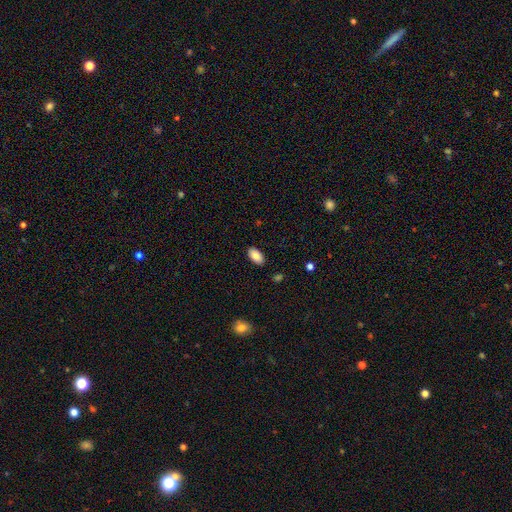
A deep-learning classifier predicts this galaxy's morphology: Smooth or featured: smooth — 87% (star or artifact — 7%)
How rounded: in between — 94% (round — 3%)
Merging: none — 87% (minor disturbance — 9%)